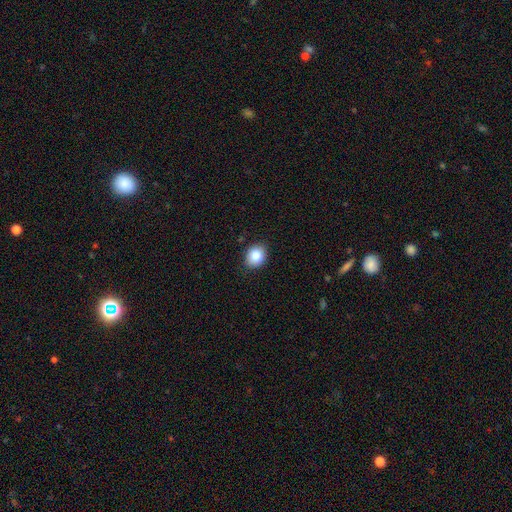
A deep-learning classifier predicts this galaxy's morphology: smooth 84%, star or artifact 9%, featured or disk 7%. Down the decision tree: how rounded — round (57%); merging — none (86%).